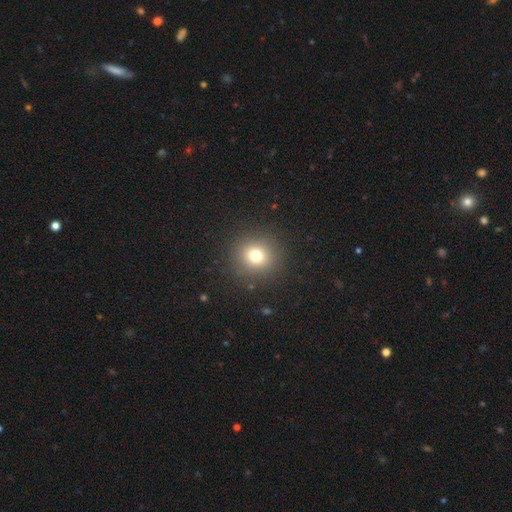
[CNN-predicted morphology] type=smooth (75%); roundness=round (91%); merging=none (89%).